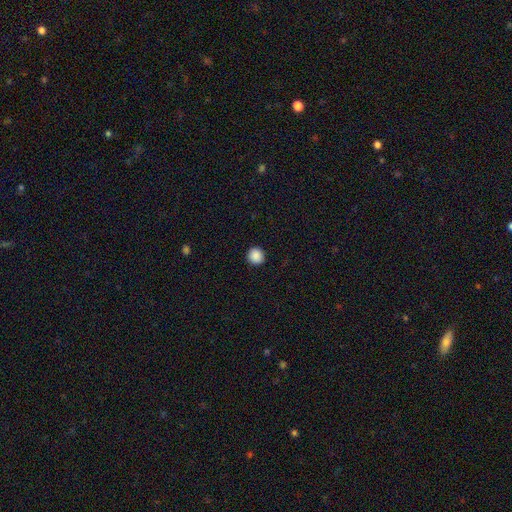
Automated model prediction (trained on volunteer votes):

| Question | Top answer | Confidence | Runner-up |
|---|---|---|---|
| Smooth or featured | smooth | 89% | star or artifact (9%) |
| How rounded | round | 94% | in between (5%) |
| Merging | none | 93% | minor disturbance (5%) |